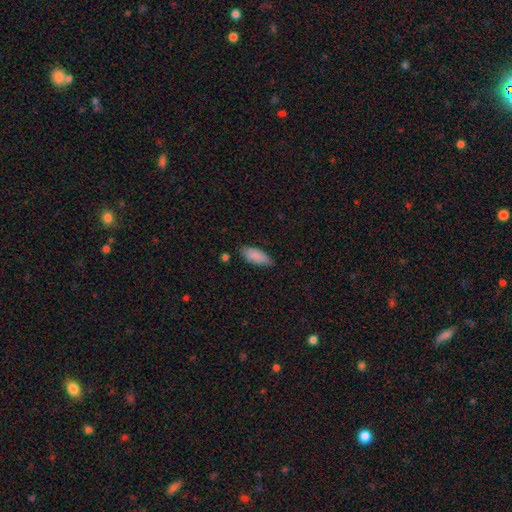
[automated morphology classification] Q: Smooth or featured?
A: smooth (88%); runner-up: star or artifact (6%)
Q: How rounded?
A: in between (84%); runner-up: cigar-shaped (15%)
Q: Merging?
A: none (77%); runner-up: minor disturbance (18%)